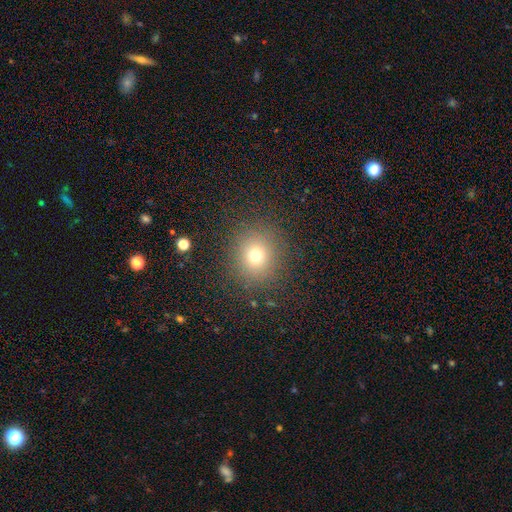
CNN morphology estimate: smooth_or_featured: smooth (p=0.71) [alt: star or artifact p=0.19]
how_rounded: round (p=0.89) [alt: in between p=0.10]
merging: none (p=0.87) [alt: minor disturbance p=0.07]